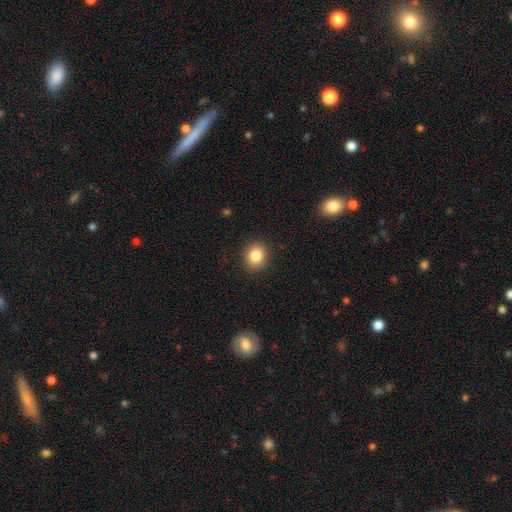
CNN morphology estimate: Smooth or featured?
  - smooth: 84% *
  - star or artifact: 10%
  - featured or disk: 6%
How rounded?
  - round: 78% *
  - in between: 21%
  - cigar-shaped: 1%
Merging?
  - none: 91% *
  - minor disturbance: 6%
  - major disturbance: 2%
  - merger: 1%